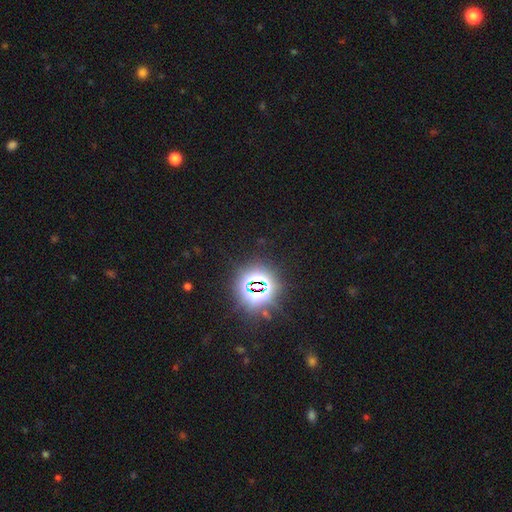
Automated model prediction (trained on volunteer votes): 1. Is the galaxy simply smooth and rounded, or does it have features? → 84% star or artifact, 10% smooth, 6% featured or disk.